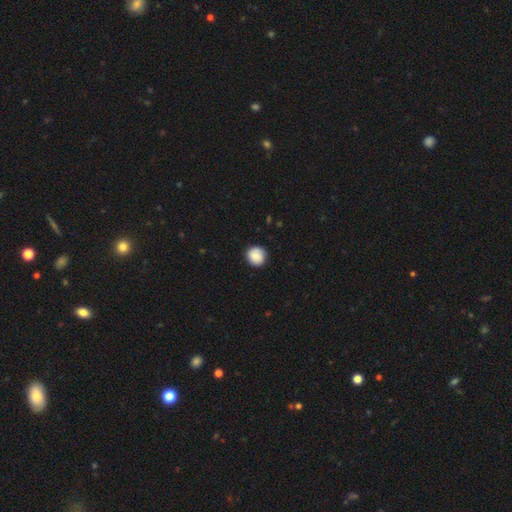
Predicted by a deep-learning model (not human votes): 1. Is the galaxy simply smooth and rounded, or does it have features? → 85% smooth, 8% star or artifact, 7% featured or disk.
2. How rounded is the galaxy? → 91% round, 8% in between, 1% cigar-shaped.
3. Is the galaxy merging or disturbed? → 88% none, 9% minor disturbance, 2% major disturbance, 1% merger.